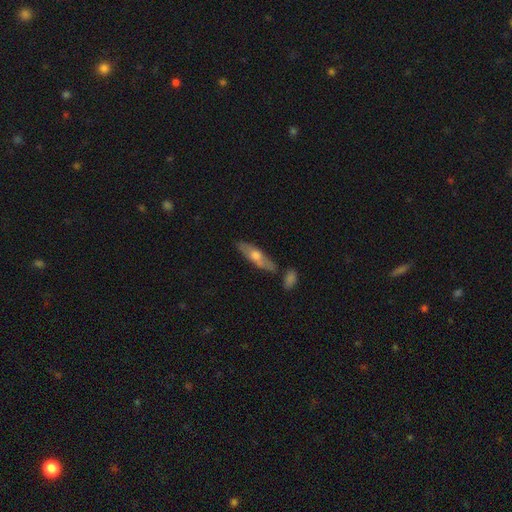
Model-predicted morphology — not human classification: smooth_or_featured: featured or disk (p=0.50) [alt: smooth p=0.44]
merging: none (p=0.75) [alt: minor disturbance p=0.14]